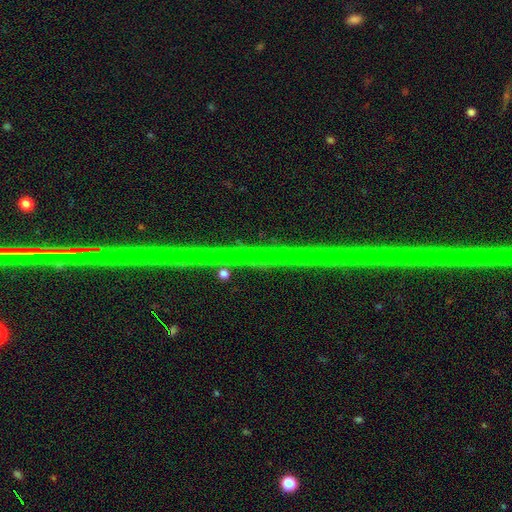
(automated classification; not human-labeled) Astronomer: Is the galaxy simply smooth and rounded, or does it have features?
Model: star or artifact — 82%.